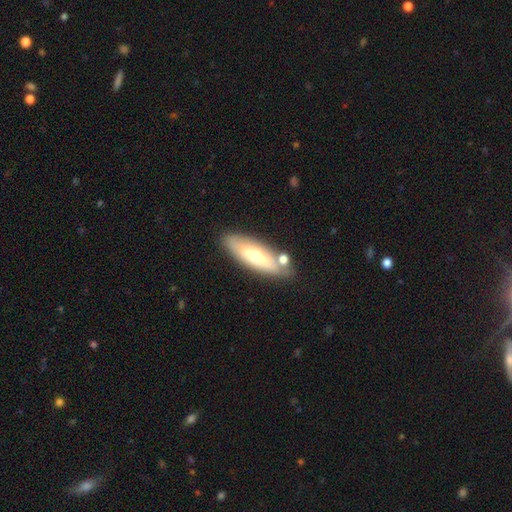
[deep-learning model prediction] This appears to be a smooth galaxy with no disk features (50%). Merging: none (73%).